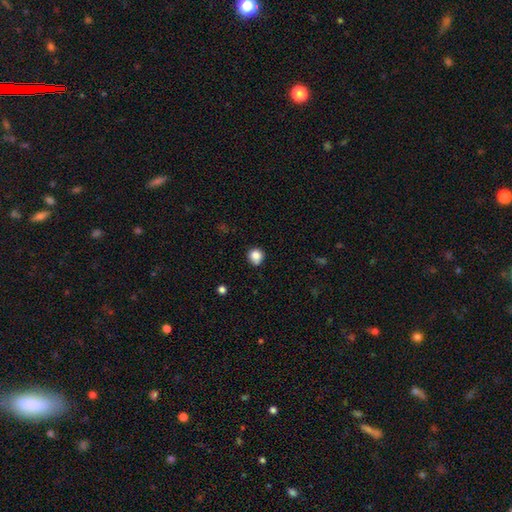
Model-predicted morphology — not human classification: type=smooth (85%); roundness=round (88%); merging=none (73%).